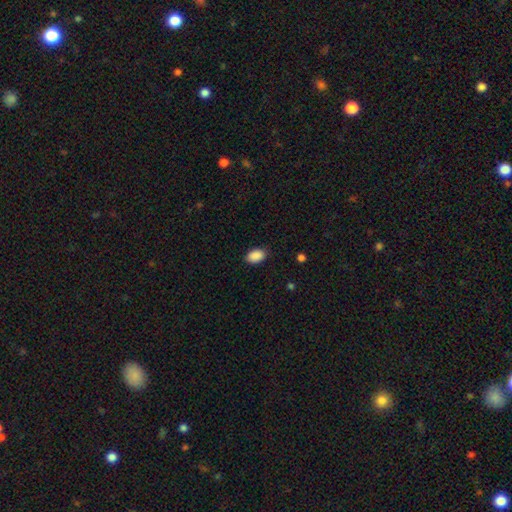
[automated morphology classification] This is clearly a smooth galaxy (90%). How rounded: clearly in between (89%). Merging: clearly none (85%).